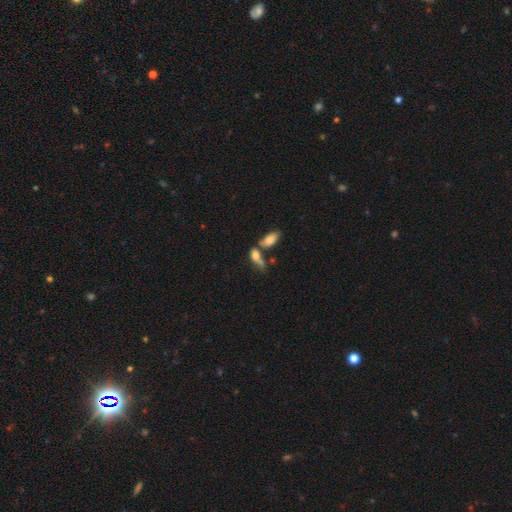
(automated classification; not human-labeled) Smooth or featured: smooth — 70% (featured or disk — 21%)
How rounded: in between — 75% (cigar-shaped — 18%)
Merging: merger — 44% (none — 32%)